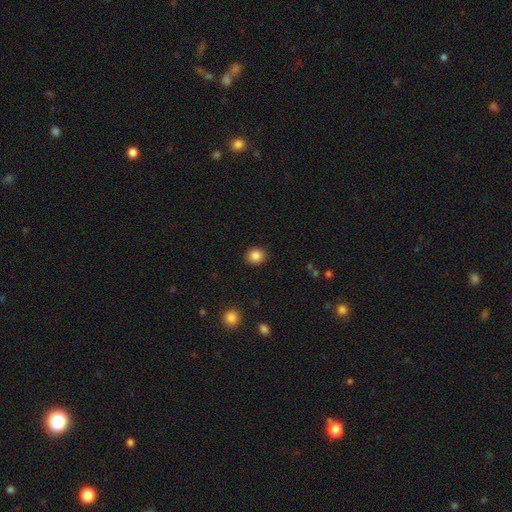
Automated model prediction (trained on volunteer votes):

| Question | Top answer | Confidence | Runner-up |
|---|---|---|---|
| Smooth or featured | smooth | 86% | star or artifact (10%) |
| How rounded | round | 75% | in between (24%) |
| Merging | none | 91% | minor disturbance (6%) |